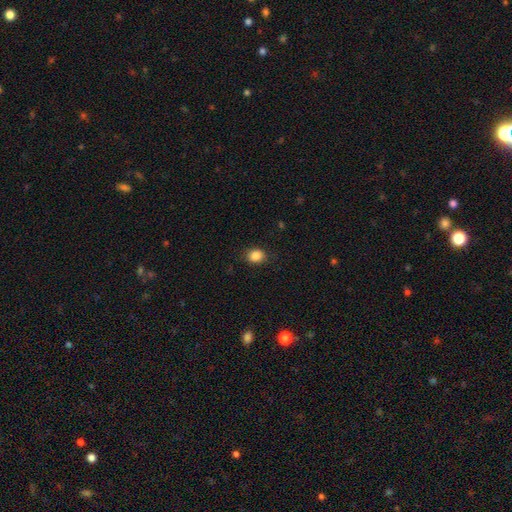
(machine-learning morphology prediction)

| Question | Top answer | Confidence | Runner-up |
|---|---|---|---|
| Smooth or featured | smooth | 86% | star or artifact (10%) |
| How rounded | round | 61% | in between (38%) |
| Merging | none | 86% | minor disturbance (10%) |